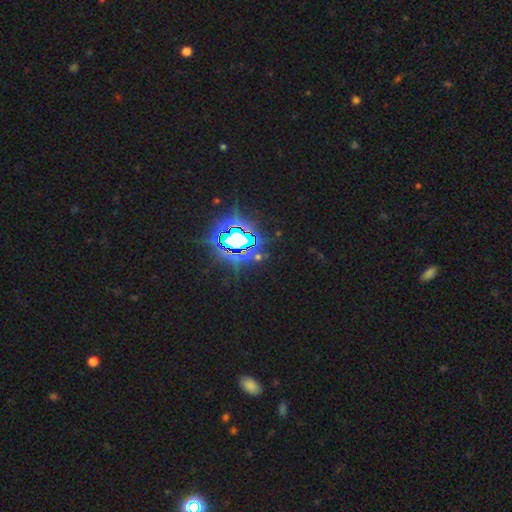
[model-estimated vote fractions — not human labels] Morphology: type=star or artifact (79%).